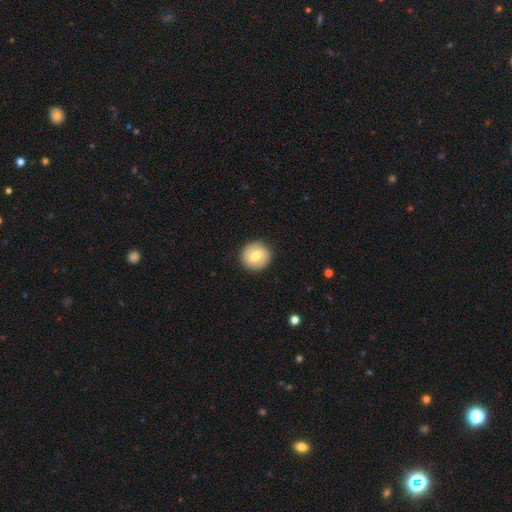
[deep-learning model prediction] This is likely a smooth galaxy (67%). How rounded: clearly round (92%). Merging: clearly none (90%).